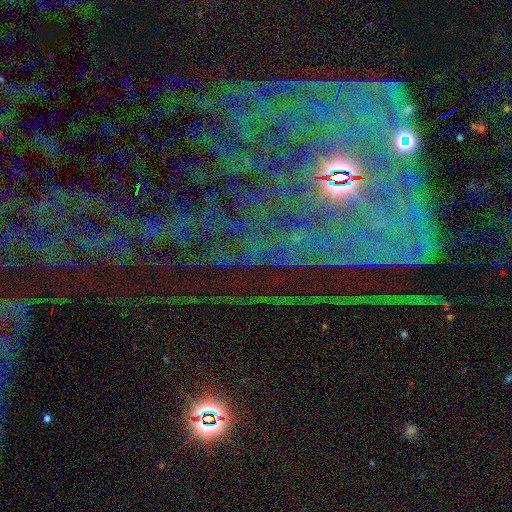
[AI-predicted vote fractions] This appears to be a star or artifact, not a galaxy (78%).